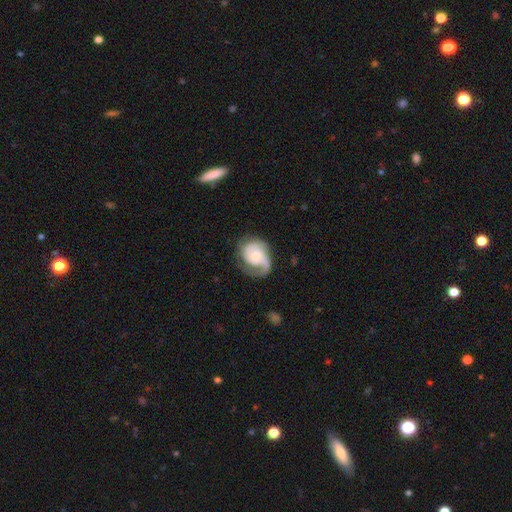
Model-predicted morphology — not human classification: Q: Smooth or featured?
A: featured or disk (79%); runner-up: smooth (16%)
Q: Edge-on disk?
A: no (98%); runner-up: yes (2%)
Q: Bar?
A: no (67%); runner-up: weak (28%)
Q: Spiral arms?
A: yes (95%); runner-up: no (5%)
Q: Spiral winding?
A: medium (43%); runner-up: tight (37%)
Q: Spiral arm count?
A: 2 (52%); runner-up: 1 (33%)
Q: Bulge size?
A: moderate (46%); runner-up: small (41%)
Q: Merging?
A: none (58%); runner-up: minor disturbance (23%)